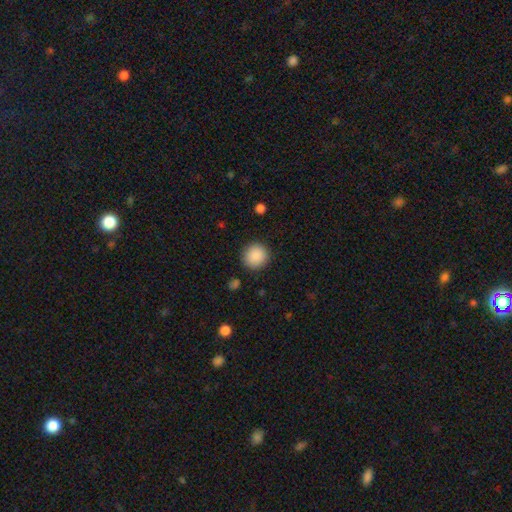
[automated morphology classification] Q: Smooth or featured?
A: smooth (89%); runner-up: star or artifact (8%)
Q: How rounded?
A: round (93%); runner-up: in between (6%)
Q: Merging?
A: none (90%); runner-up: minor disturbance (6%)